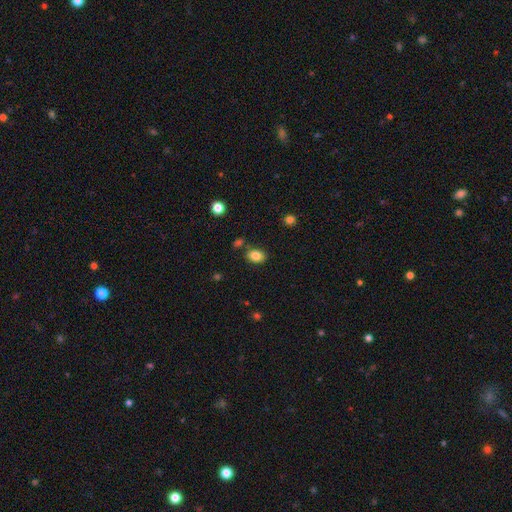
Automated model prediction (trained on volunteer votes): The model was most divided on "how rounded": in between: 73%, round: 26%, cigar-shaped: 1%. More confident: smooth or featured — smooth (84%); merging — none (80%).